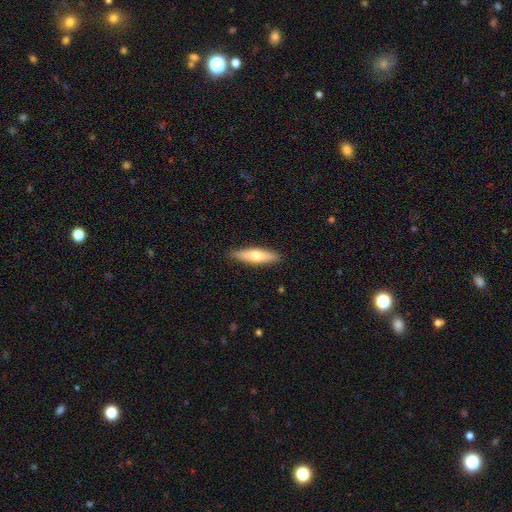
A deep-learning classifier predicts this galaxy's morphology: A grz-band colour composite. It shows a smooth galaxy with no disk features (54%) that is cigar-shaped (72%). Merging: none (89%).